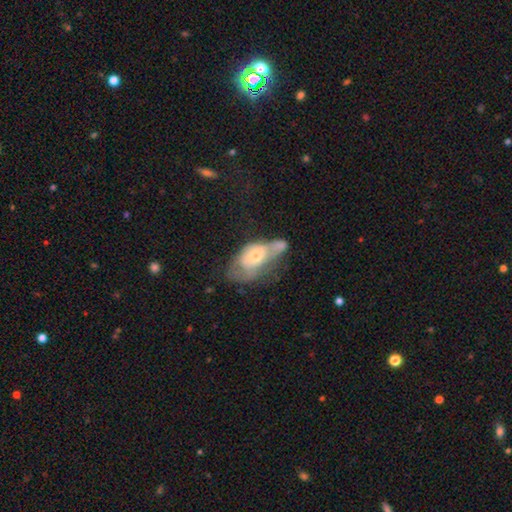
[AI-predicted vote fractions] Smooth or featured? Predicted: featured or disk (p=0.47). Merging? Predicted: major disturbance (p=0.33).